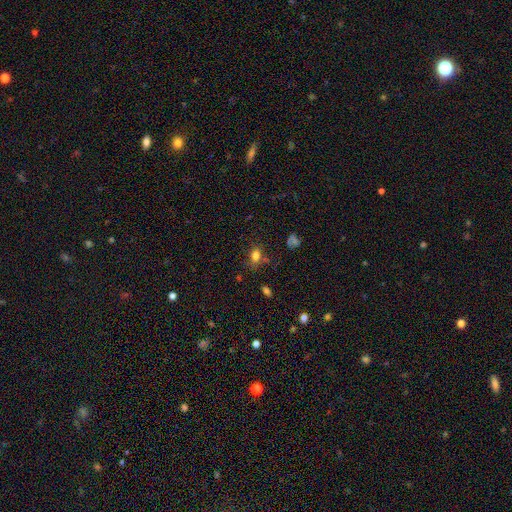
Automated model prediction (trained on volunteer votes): Morphology: type=smooth (78%); roundness=in between (75%); merging=none (70%).